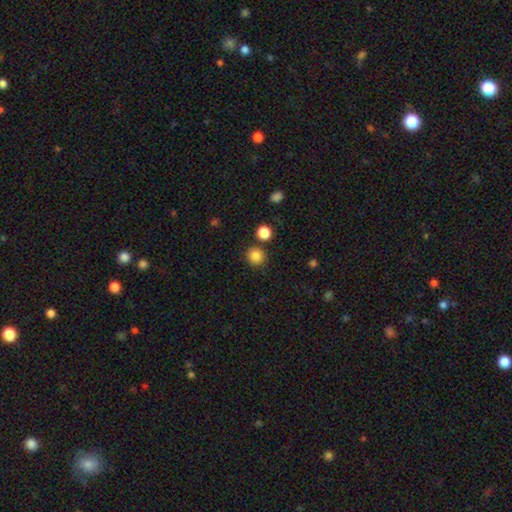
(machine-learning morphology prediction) A smooth galaxy with no disk features (85%) that is round (92%). Merging: none (84%).